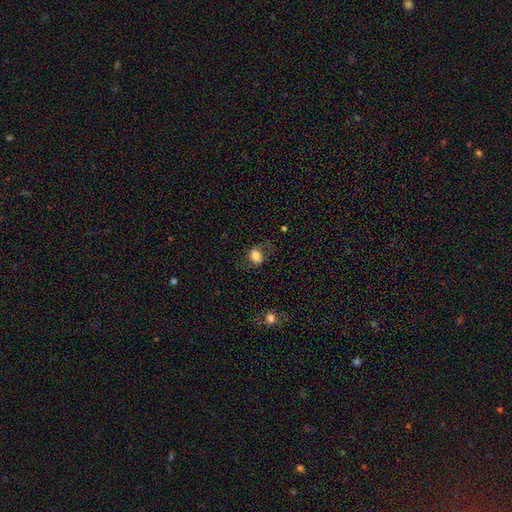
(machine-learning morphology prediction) smooth_or_featured: smooth (p=0.76) [alt: featured or disk p=0.14]
how_rounded: in between (p=0.67) [alt: round p=0.31]
merging: none (p=0.69) [alt: minor disturbance p=0.19]